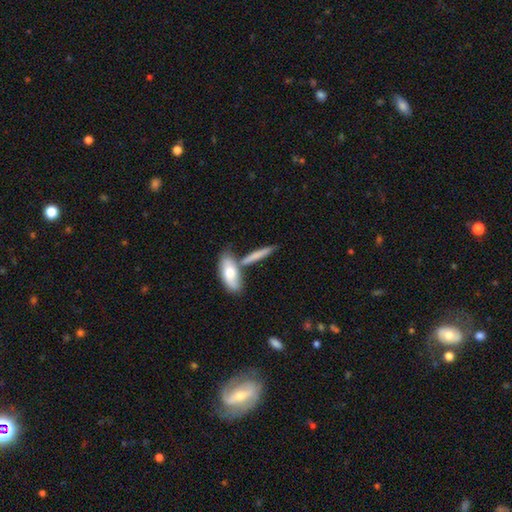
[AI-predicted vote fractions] Smooth or featured? smooth (69%)
How rounded? cigar-shaped (74%)
Merging? none (60%)